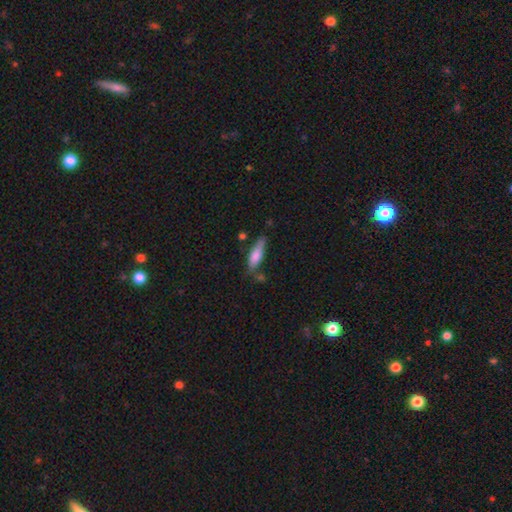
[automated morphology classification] Smooth or featured?
  - smooth: 70% *
  - featured or disk: 23%
  - star or artifact: 7%
How rounded?
  - cigar-shaped: 56% *
  - in between: 41%
  - round: 2%
Merging?
  - none: 59% *
  - minor disturbance: 26%
  - merger: 8%
  - major disturbance: 7%